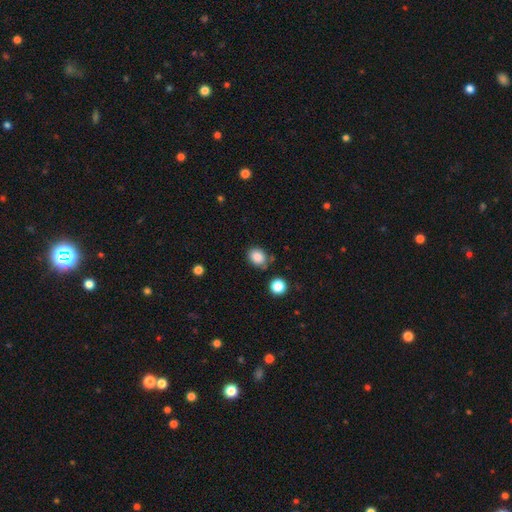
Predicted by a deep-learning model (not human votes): The model was most divided on "how rounded": round: 51%, in between: 48%, cigar-shaped: 1%. More confident: smooth or featured — smooth (86%); merging — none (71%).